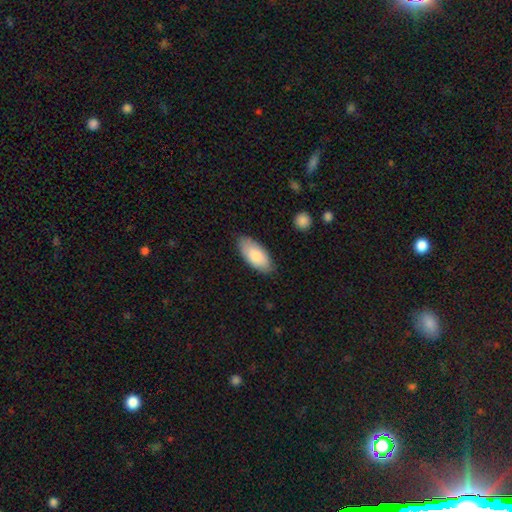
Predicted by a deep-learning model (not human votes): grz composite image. It shows a smooth galaxy with no disk features (82%) that is in between round and cigar-shaped (92%). Merging: none (82%).